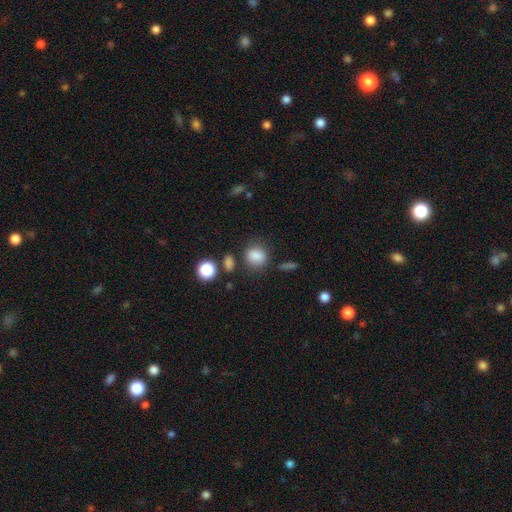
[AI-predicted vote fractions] smooth 84%, star or artifact 11%, featured or disk 5%. Down the decision tree: how rounded — round (61%); merging — none (74%).